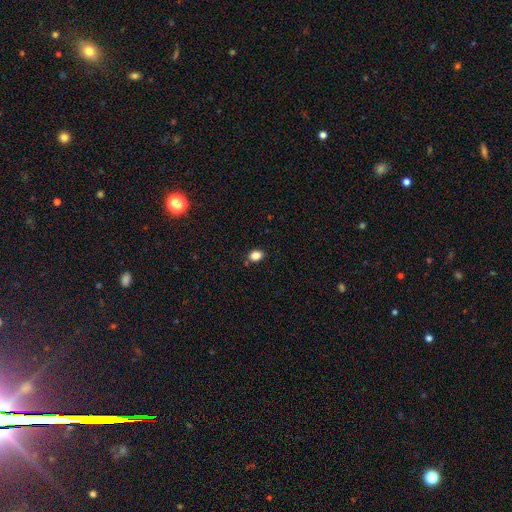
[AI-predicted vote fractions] Smooth or featured?
  - smooth: 84% *
  - star or artifact: 11%
  - featured or disk: 5%
How rounded?
  - in between: 67% *
  - round: 32%
  - cigar-shaped: 1%
Merging?
  - none: 83% *
  - minor disturbance: 12%
  - merger: 3%
  - major disturbance: 2%